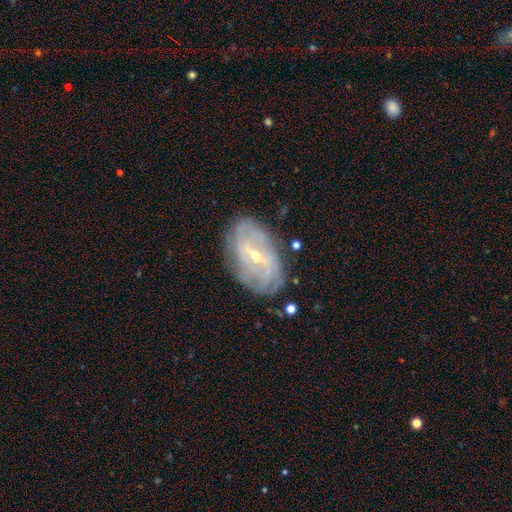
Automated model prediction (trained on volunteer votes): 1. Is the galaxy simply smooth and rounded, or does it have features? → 78% featured or disk, 14% smooth, 7% star or artifact.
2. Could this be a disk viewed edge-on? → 93% no, 7% yes.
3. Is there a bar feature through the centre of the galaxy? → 47% weak, 33% strong, 20% no.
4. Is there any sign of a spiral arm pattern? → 81% yes, 19% no.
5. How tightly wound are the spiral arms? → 61% tight, 27% medium, 12% loose.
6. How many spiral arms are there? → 52% can't tell, 19% 2, 10% 4, 8% 3, 6% more than 4, 4% 1.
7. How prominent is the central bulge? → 68% small, 29% moderate, 1% large, 1% none, 1% dominant.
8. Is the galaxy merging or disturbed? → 77% none, 16% minor disturbance, 5% major disturbance, 2% merger.